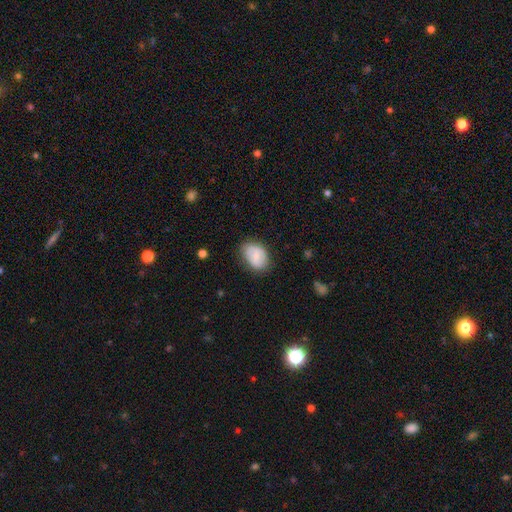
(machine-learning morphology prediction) Overall: smooth (73%). How rounded: in between (79%). Merging: none (73%).